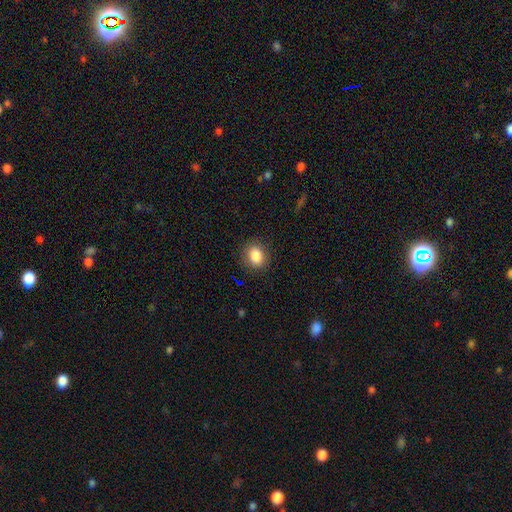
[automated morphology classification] This appears to be a smooth galaxy with no disk features (85%) that is round (54%). Merging: none (87%).